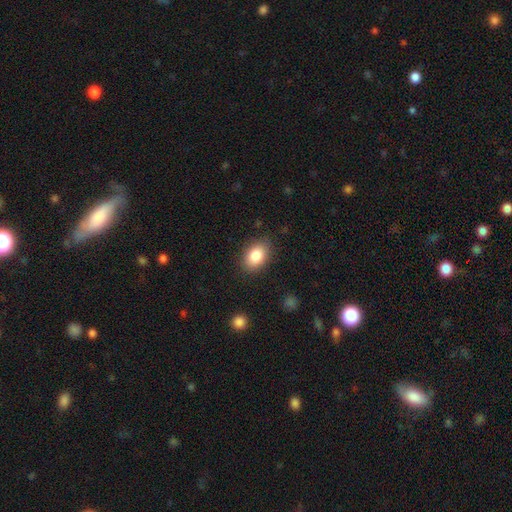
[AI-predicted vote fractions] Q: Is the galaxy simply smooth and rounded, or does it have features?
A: smooth — 85%.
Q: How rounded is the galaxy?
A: in between — 83%.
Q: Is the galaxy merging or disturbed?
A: none — 85%.